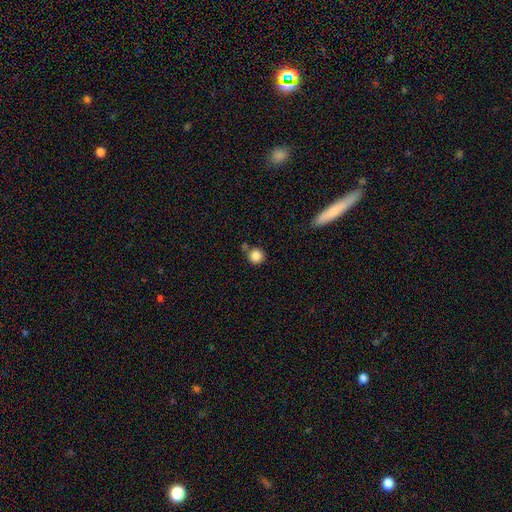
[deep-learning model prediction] This appears to be a smooth galaxy with no disk features (85%) that is round (92%). Merging: none (73%).